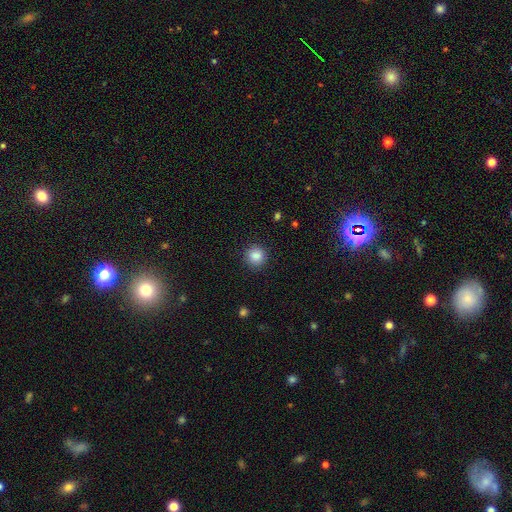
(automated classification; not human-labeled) smooth 86%, star or artifact 9%, featured or disk 4%. Down the decision tree: how rounded — round (91%); merging — none (90%).